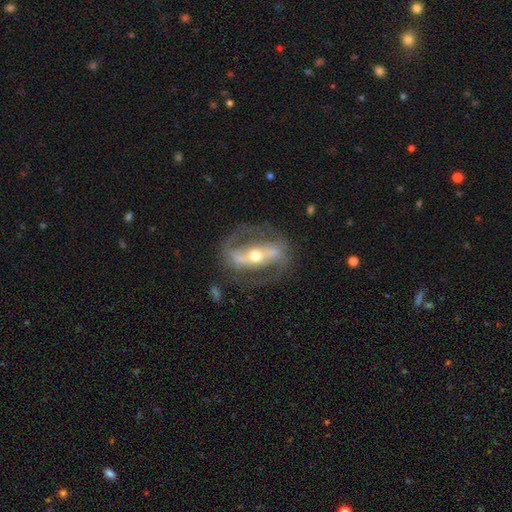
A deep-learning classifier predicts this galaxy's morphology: This is clearly a featured or disk galaxy (87%). It is clearly not viewed edge-on (89%). Bar: likely strong (68%). Spiral arm pattern: clearly yes (84%). Spiral arm count: clearly 2 (89%). Spiral winding: possibly medium (49%). Central bulge: likely moderate (65%). Merging: likely none (75%).